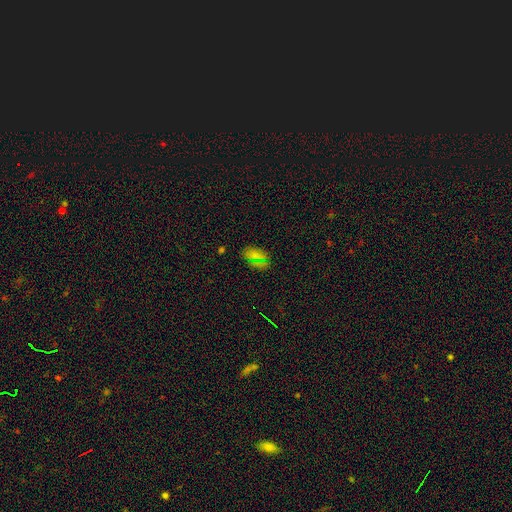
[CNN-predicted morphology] This is likely a smooth galaxy (64%). How rounded: clearly in between (85%). Merging: clearly none (81%).